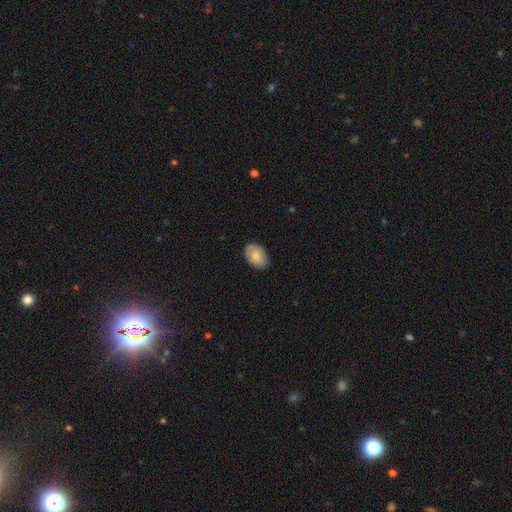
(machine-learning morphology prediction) smooth_or_featured: smooth (p=0.77) [alt: featured or disk p=0.16]
how_rounded: in between (p=0.87) [alt: round p=0.12]
merging: none (p=0.80) [alt: minor disturbance p=0.16]